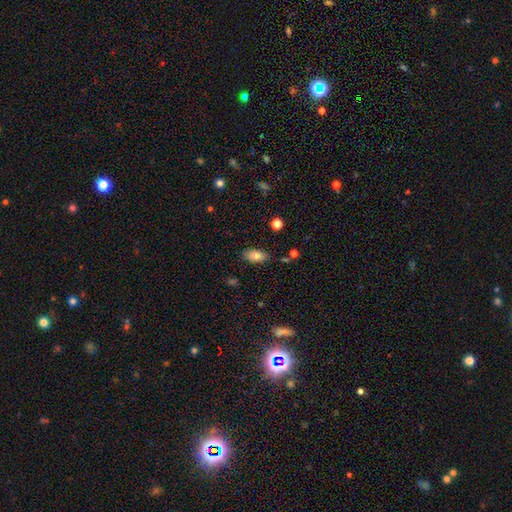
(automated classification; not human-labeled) A smooth galaxy with no disk features (82%) that is in between round and cigar-shaped (90%).

Vote fractions:
- Smooth or featured? smooth: 82% / star or artifact: 9% / featured or disk: 9%
- How rounded? in between: 90% / round: 6% / cigar-shaped: 5%
- Merging? none: 78% / minor disturbance: 16% / major disturbance: 4% / merger: 2%